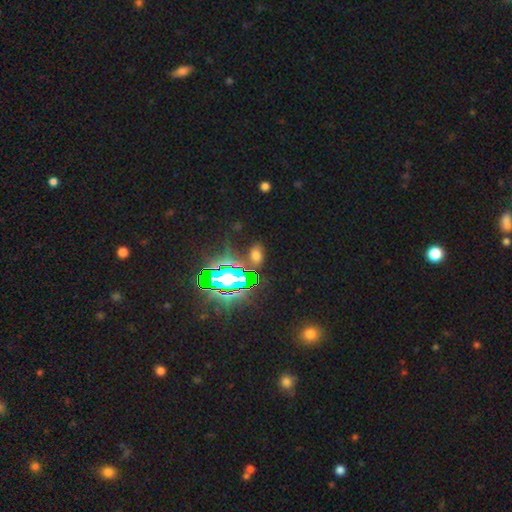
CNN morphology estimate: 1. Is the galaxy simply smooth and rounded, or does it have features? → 48% star or artifact, 41% smooth, 11% featured or disk.